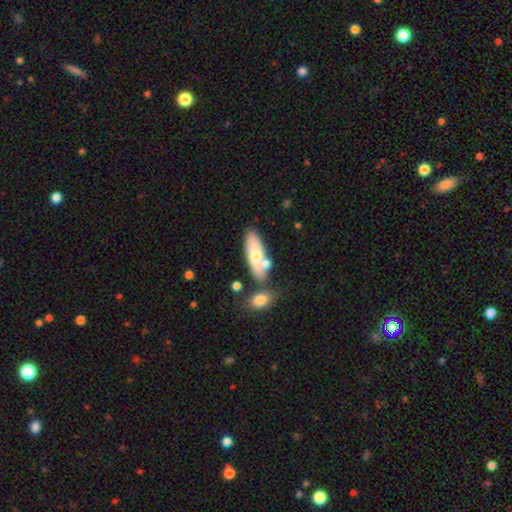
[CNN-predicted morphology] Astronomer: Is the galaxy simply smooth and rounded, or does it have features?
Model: smooth — 61%.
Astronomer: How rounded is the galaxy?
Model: in between — 65%.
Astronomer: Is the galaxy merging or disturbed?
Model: none — 60%.